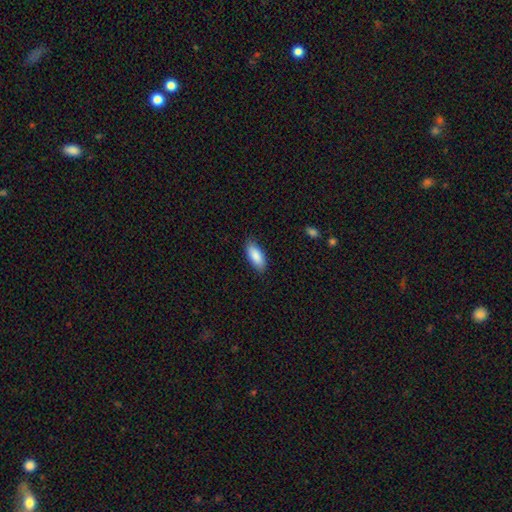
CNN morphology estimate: smooth_or_featured: smooth (p=0.87) [alt: featured or disk p=0.07]
how_rounded: in between (p=0.84) [alt: cigar-shaped p=0.14]
merging: none (p=0.84) [alt: minor disturbance p=0.12]